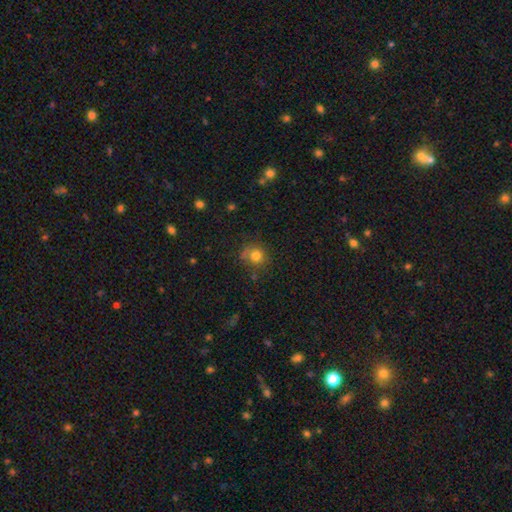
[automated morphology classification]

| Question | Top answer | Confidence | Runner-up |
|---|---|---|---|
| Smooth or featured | smooth | 78% | star or artifact (13%) |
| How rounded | round | 85% | in between (15%) |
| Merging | none | 69% | minor disturbance (19%) |